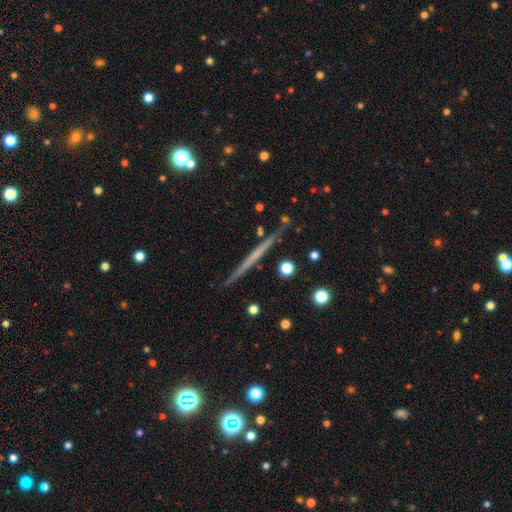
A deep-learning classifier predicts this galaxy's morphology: Smooth or featured? featured or disk (64%)
Edge-on disk? yes (98%)
Edge-on bulge? none (81%)
Merging? none (90%)